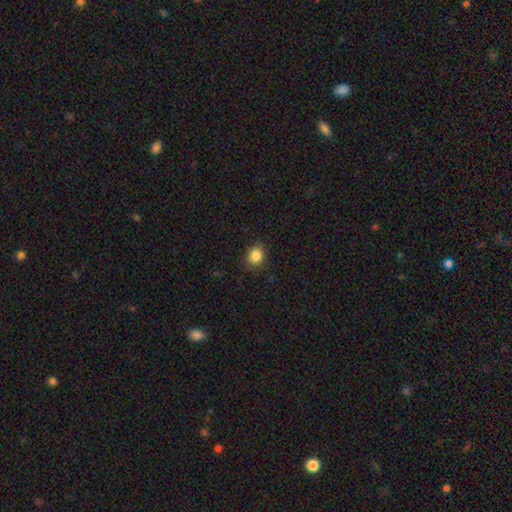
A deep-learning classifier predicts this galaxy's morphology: A smooth galaxy with no disk features (86%) that is round (60%). Merging: none (86%).